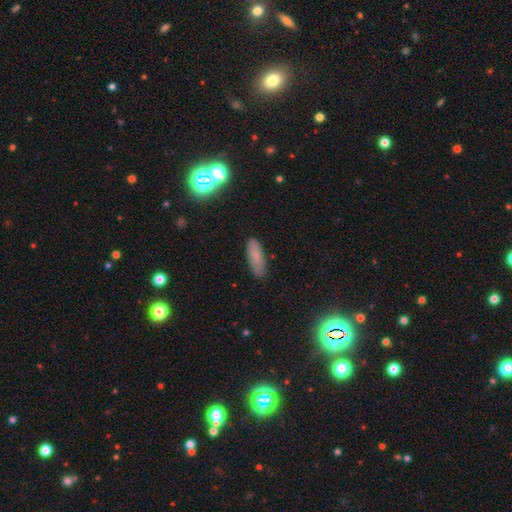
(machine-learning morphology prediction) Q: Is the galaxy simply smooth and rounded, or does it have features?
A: smooth — 77%.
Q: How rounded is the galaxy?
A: in between — 58%.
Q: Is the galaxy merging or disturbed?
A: none — 85%.